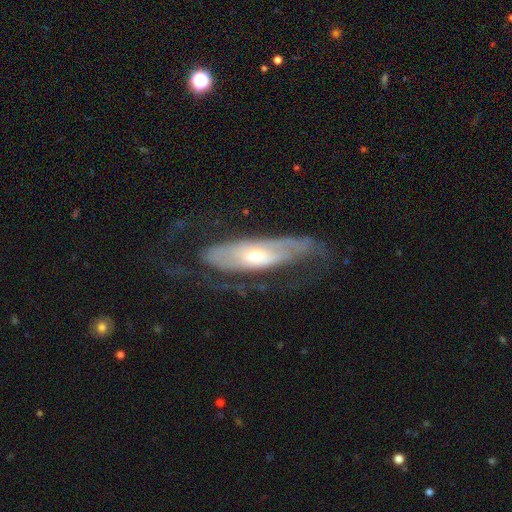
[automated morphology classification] A featured or disk galaxy (69%) with no bar (68%), spiral arms (70%) and a moderate central bulge (56%).

Vote fractions:
- Smooth or featured? featured or disk: 69% / smooth: 24% / star or artifact: 6%
- Edge-on disk? no: 75% / yes: 25%
- Bar? no: 68% / weak: 23% / strong: 9%
- Spiral arms? yes: 70% / no: 30%
- Bulge size? moderate: 56% / small: 35% / large: 6% / dominant: 1% / none: 1%
- Merging? none: 44% / major disturbance: 33% / minor disturbance: 20% / merger: 2%